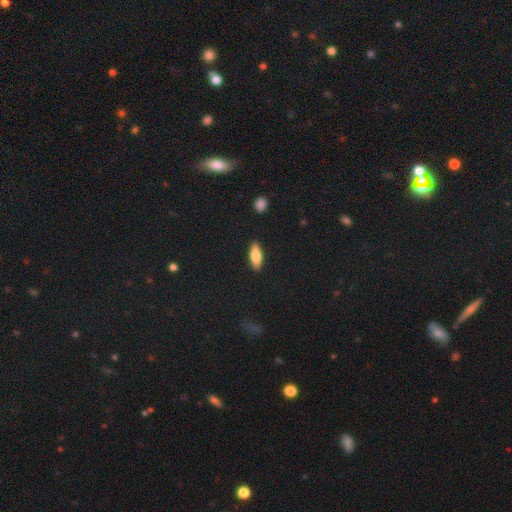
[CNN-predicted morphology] smooth_or_featured: smooth (p=0.71) [alt: featured or disk p=0.23]
how_rounded: in between (p=0.65) [alt: cigar-shaped p=0.33]
merging: none (p=0.88) [alt: minor disturbance p=0.08]